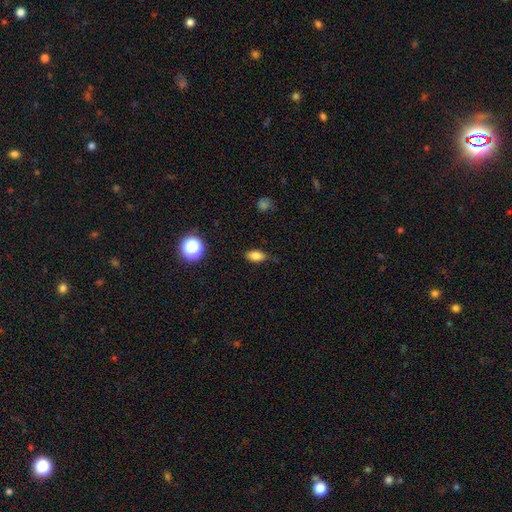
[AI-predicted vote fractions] This appears to be a smooth galaxy with no disk features (82%) that is in between round and cigar-shaped (86%). Merging: none (77%).